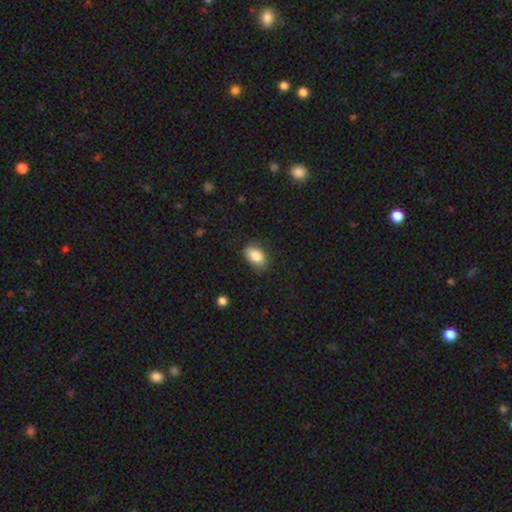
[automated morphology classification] smooth_or_featured: smooth (p=0.86) [alt: star or artifact p=0.08]
how_rounded: in between (p=0.87) [alt: round p=0.11]
merging: none (p=0.72) [alt: minor disturbance p=0.22]